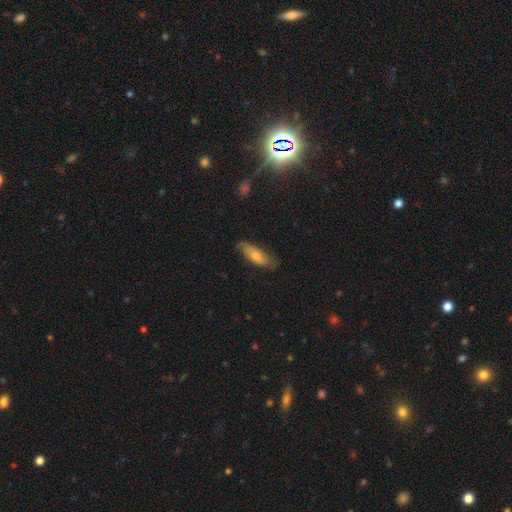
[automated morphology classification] smooth-or-featured: smooth: 71% | featured or disk: 23% | star or artifact: 6%
  how-rounded: in between: 65% | cigar-shaped: 33% | round: 2%
  merging: none: 67% | minor disturbance: 25% | major disturbance: 6% | merger: 1%